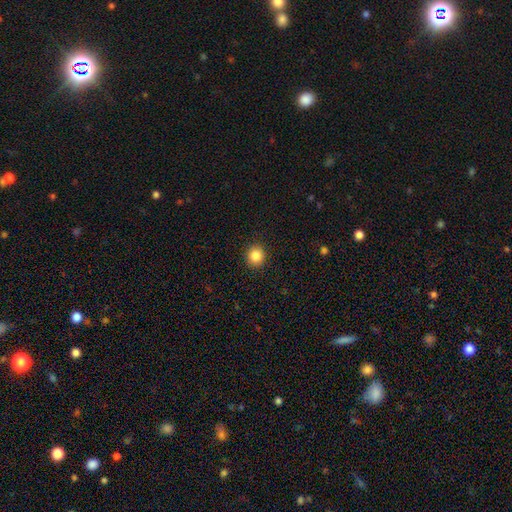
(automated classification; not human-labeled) Morphology: type=smooth (85%); roundness=round (86%); merging=none (91%).